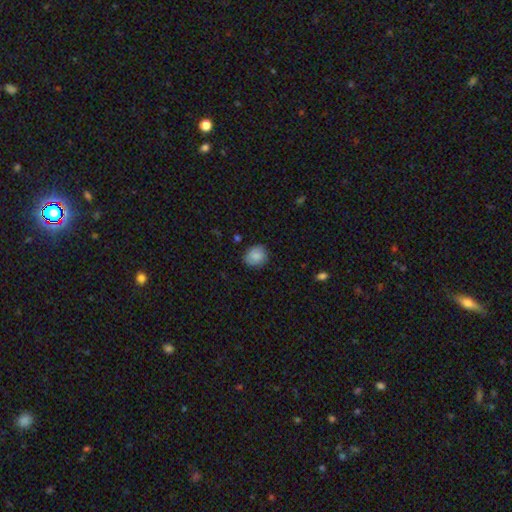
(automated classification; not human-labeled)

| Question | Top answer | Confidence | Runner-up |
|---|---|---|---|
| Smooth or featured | smooth | 86% | star or artifact (7%) |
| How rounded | round | 76% | in between (23%) |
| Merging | none | 83% | minor disturbance (13%) |